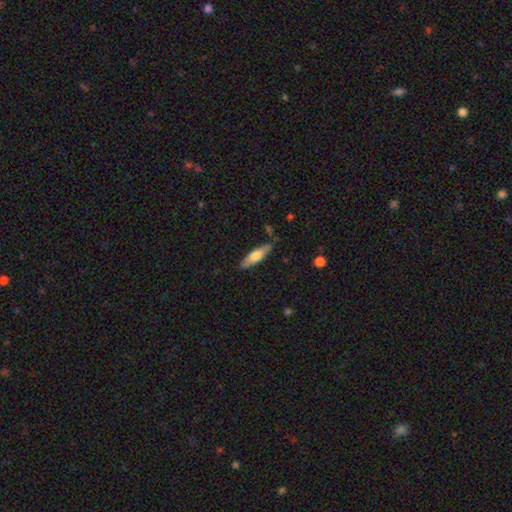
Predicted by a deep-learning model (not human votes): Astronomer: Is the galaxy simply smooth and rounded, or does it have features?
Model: smooth — 60%.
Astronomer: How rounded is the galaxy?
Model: cigar-shaped — 67%.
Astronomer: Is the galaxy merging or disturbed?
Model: none — 81%.